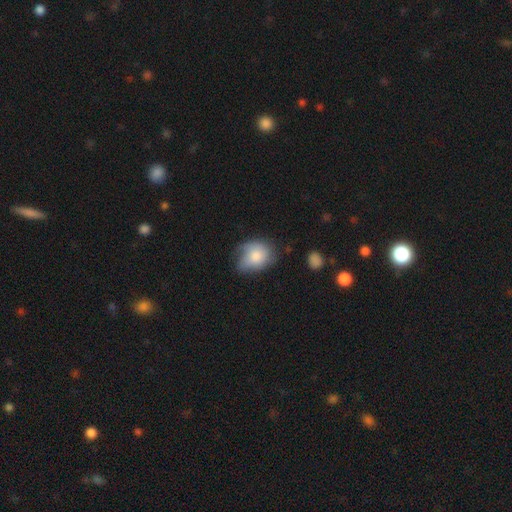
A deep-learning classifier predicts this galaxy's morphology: smooth-or-featured: smooth: 74% | featured or disk: 19% | star or artifact: 7%
  how-rounded: in between: 60% | round: 39% | cigar-shaped: 1%
  merging: minor disturbance: 40% | none: 39% | major disturbance: 17% | merger: 4%